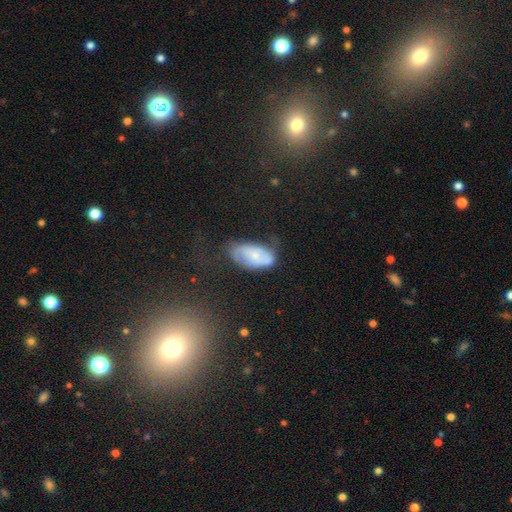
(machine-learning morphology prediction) This is possibly a smooth galaxy (53%). How rounded: clearly in between (92%). Merging: marginally none (45%).